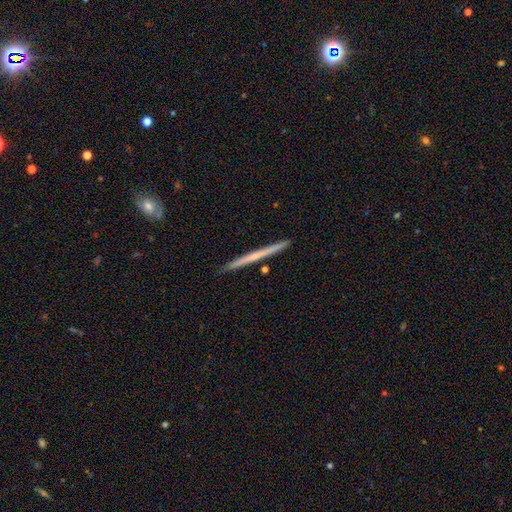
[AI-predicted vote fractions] Smooth or featured? featured or disk (52%)
Edge-on disk? yes (97%)
Edge-on bulge? none (87%)
Merging? none (92%)